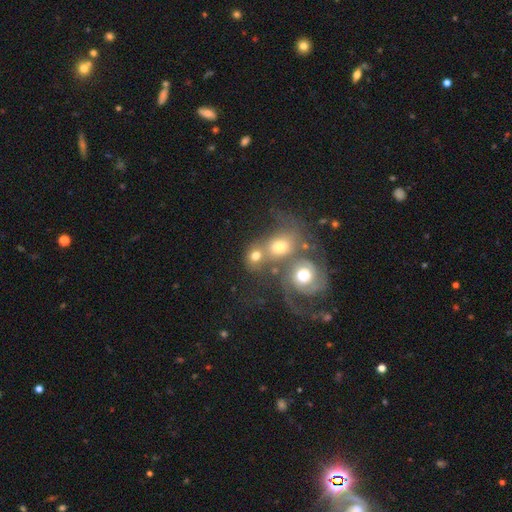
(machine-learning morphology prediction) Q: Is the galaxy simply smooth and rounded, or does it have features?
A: smooth — 58%.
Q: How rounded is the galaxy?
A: round — 66%.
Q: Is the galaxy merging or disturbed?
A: merger — 53%.